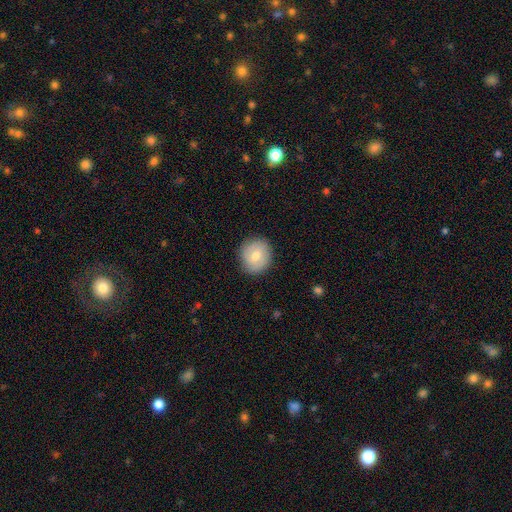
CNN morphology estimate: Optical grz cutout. It shows a smooth galaxy with no disk features (70%) that is round (88%). Merging: none (87%).